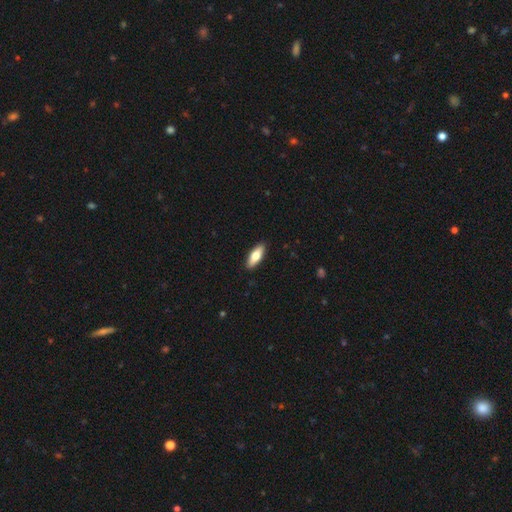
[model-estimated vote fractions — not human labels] Morphology: type=smooth (71%); roundness=in between (65%); merging=none (90%).